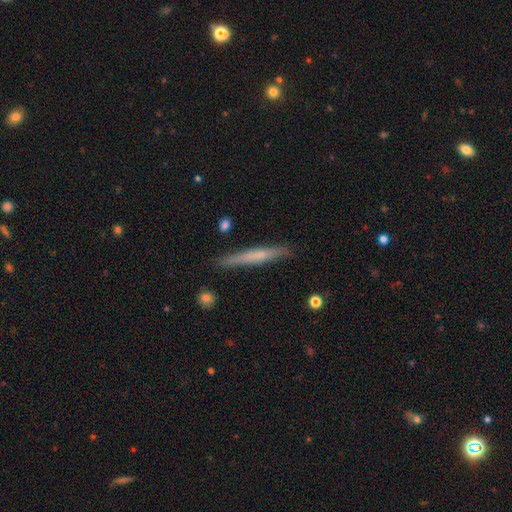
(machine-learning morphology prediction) Overall: smooth (53%; featured or disk 41%). How rounded: cigar-shaped (96%). Merging: none (87%).